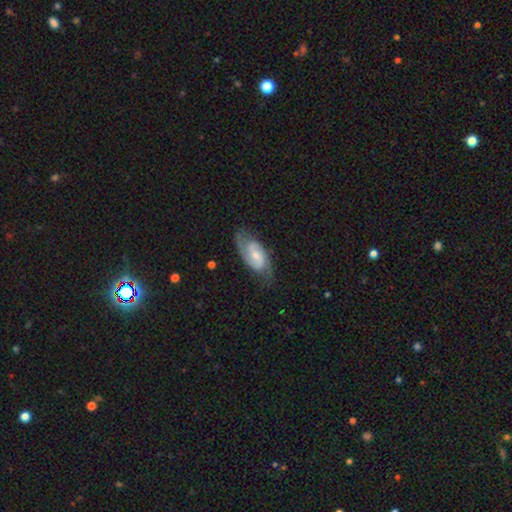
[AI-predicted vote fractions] This is clearly a featured or disk galaxy (82%). It is clearly not viewed edge-on (96%). Bar: possibly weak (52%). Spiral arm pattern: clearly yes (96%). Spiral arm count: clearly 2 (88%). Spiral winding: possibly medium (51%). Central bulge: marginally small (44%). Merging: likely none (73%).